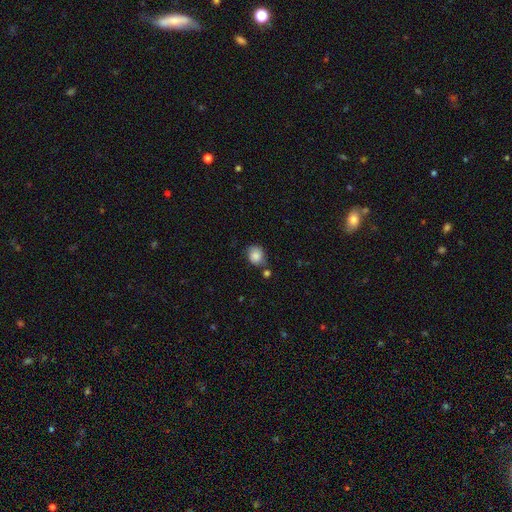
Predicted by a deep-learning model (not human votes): smooth 83%, featured or disk 9%, star or artifact 9%. Down the decision tree: how rounded — round (68%); merging — none (59%).